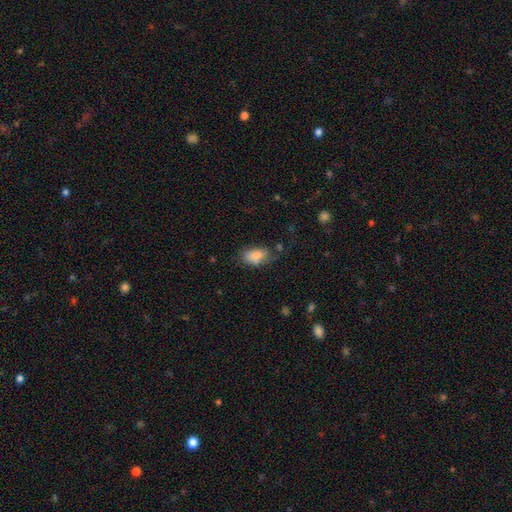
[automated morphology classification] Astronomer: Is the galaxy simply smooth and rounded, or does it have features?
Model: smooth — 78%.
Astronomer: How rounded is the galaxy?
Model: in between — 91%.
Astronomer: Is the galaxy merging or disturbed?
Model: none — 52% (runner-up: minor disturbance, 30%).